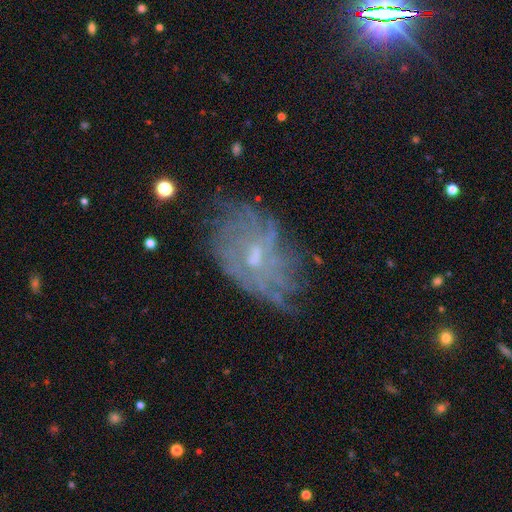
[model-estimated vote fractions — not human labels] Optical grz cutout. It shows a featured or disk galaxy (65%) with no bar (57%), spiral arms (63%) and a small central bulge (54%). Merging: none (58%).